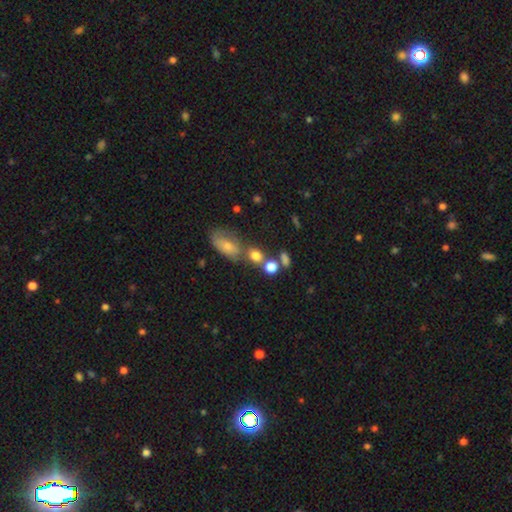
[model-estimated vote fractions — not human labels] smooth_or_featured: smooth (p=0.75) [alt: star or artifact p=0.14]
how_rounded: round (p=0.60) [alt: in between p=0.36]
merging: none (p=0.47) [alt: merger p=0.35]